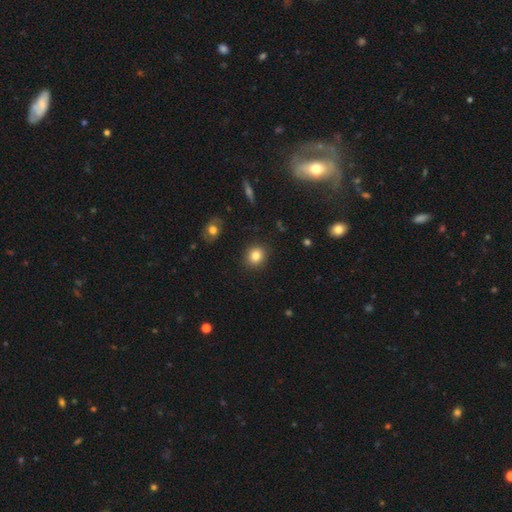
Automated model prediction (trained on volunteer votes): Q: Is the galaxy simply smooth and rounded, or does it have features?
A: smooth — 83%.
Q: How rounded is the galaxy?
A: round — 77%.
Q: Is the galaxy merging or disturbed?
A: none — 90%.